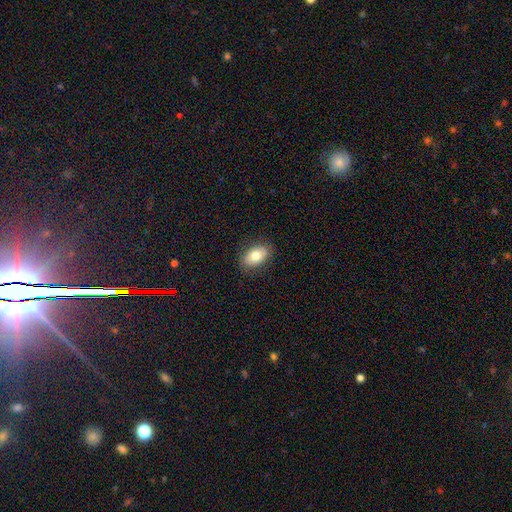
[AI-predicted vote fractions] Morphology: type=smooth (76%); roundness=in between (88%); merging=none (85%).